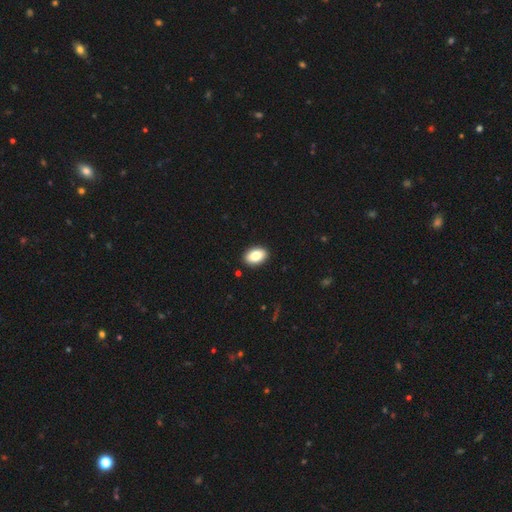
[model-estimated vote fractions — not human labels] This appears to be a smooth galaxy with no disk features (84%) that is in between round and cigar-shaped (89%). Merging: none (91%).